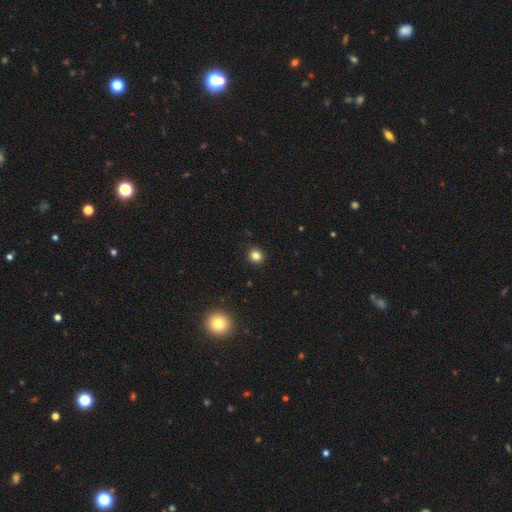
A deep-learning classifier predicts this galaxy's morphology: smooth 82%, star or artifact 13%, featured or disk 4%. Down the decision tree: how rounded — round (86%); merging — none (91%).